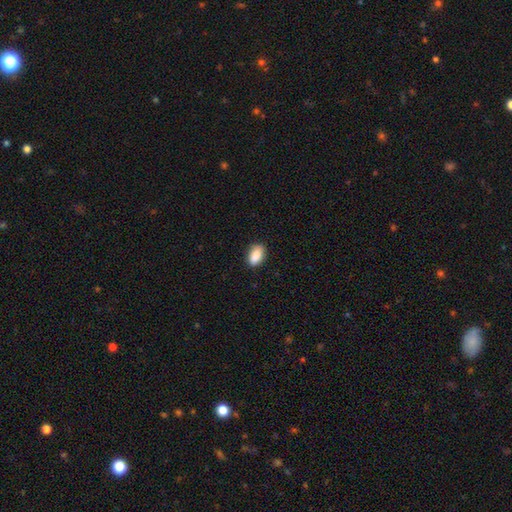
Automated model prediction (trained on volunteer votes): smooth_or_featured: smooth (p=0.89) [alt: star or artifact p=0.07]
how_rounded: in between (p=0.90) [alt: round p=0.07]
merging: none (p=0.85) [alt: minor disturbance p=0.12]